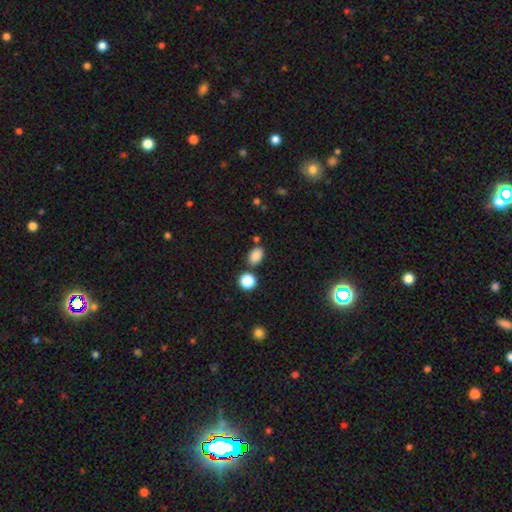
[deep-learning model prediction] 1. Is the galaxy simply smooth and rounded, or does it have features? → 84% smooth, 11% star or artifact, 4% featured or disk.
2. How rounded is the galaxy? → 80% in between, 19% round, 1% cigar-shaped.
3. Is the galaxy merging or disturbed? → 77% none, 11% minor disturbance, 9% merger, 3% major disturbance.